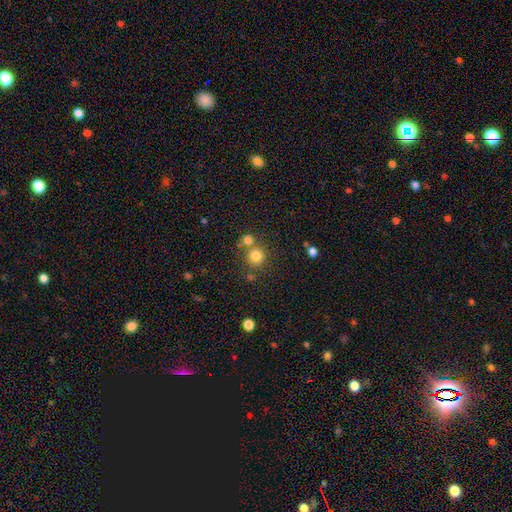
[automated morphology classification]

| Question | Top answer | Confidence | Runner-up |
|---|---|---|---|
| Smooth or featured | smooth | 79% | star or artifact (14%) |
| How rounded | round | 92% | in between (7%) |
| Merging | none | 66% | merger (24%) |